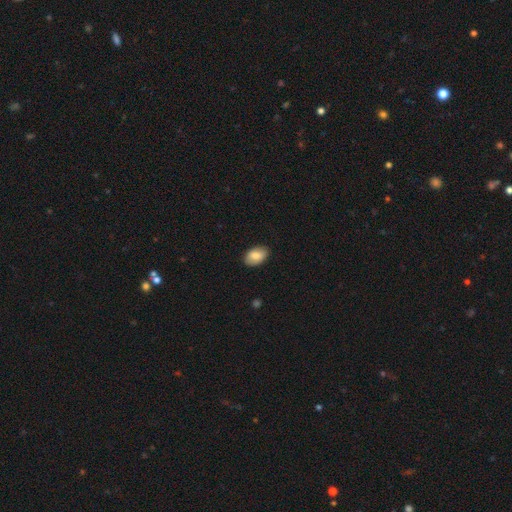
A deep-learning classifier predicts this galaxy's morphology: This is likely a smooth galaxy (80%). How rounded: clearly in between (92%). Merging: clearly none (86%).